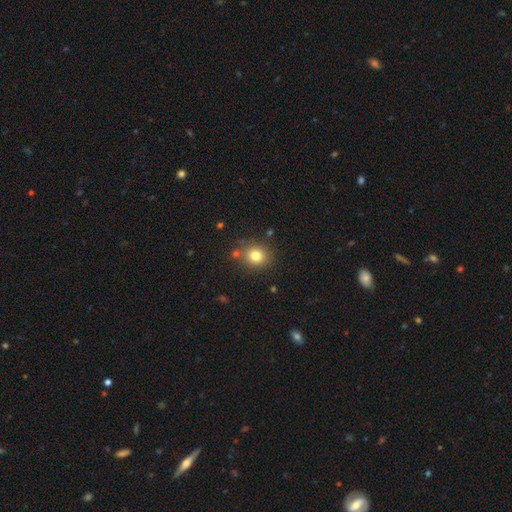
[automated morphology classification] Overall: smooth (79%). How rounded: round (77%). Merging: none (79%).